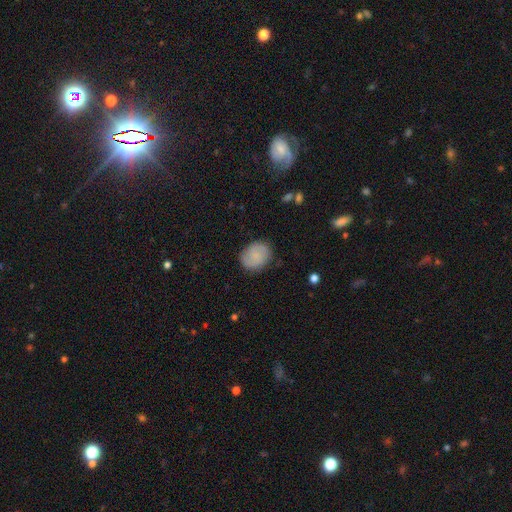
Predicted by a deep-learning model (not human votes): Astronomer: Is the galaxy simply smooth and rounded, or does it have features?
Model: smooth — 62%.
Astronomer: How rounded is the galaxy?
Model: round — 56% (runner-up: in between, 43%).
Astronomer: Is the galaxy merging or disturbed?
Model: none — 82%.